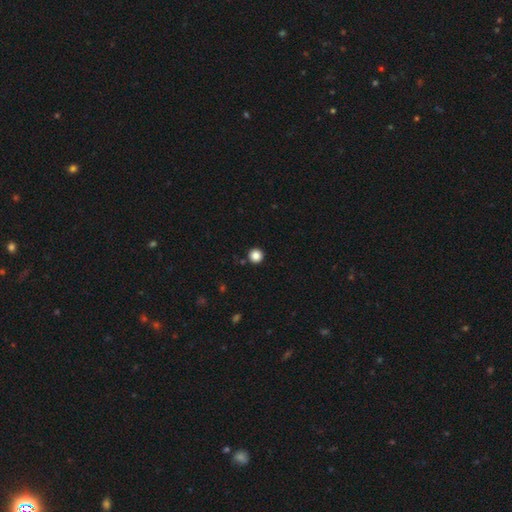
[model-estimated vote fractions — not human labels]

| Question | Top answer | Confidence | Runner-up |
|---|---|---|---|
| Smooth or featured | smooth | 86% | star or artifact (11%) |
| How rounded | round | 96% | in between (3%) |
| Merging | none | 92% | minor disturbance (5%) |